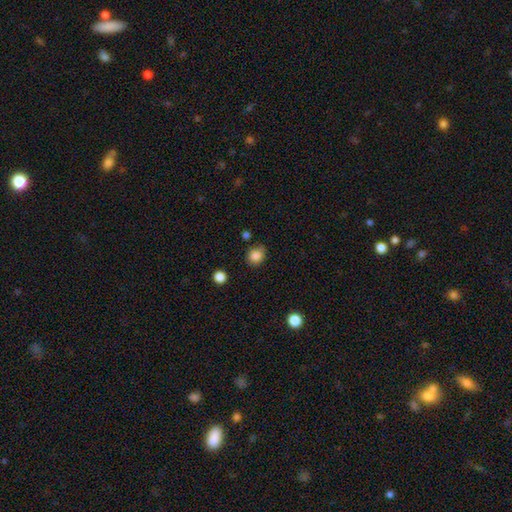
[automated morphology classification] Smooth or featured? Predicted: smooth (p=0.85). How rounded? Predicted: round (p=0.73). Merging? Predicted: none (p=0.76).